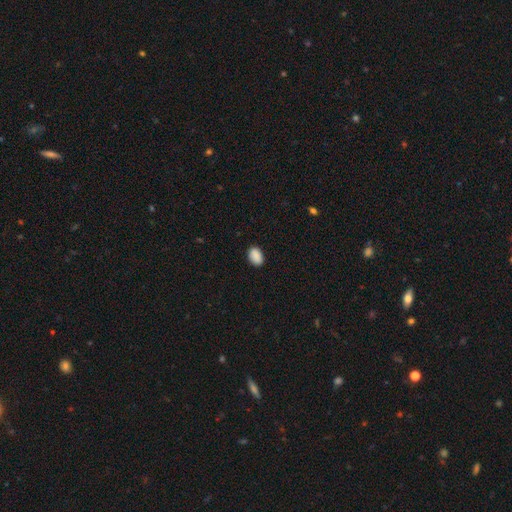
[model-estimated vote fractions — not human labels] Smooth or featured: smooth — 89% (star or artifact — 8%)
How rounded: in between — 84% (round — 15%)
Merging: none — 86% (minor disturbance — 11%)